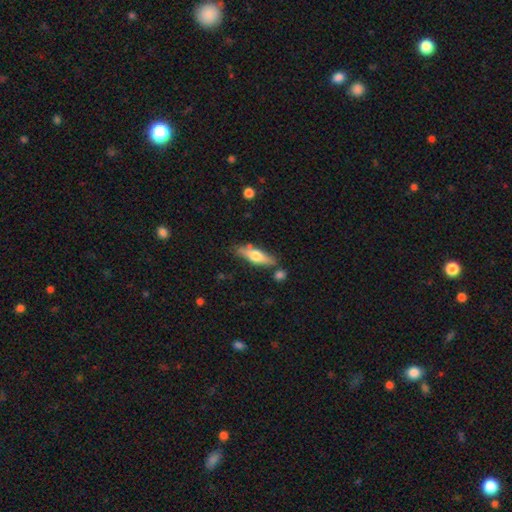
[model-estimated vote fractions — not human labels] Smooth or featured? smooth (49%)
Merging? none (75%)